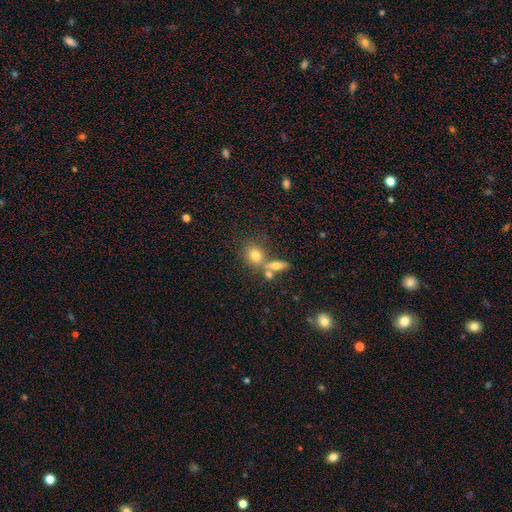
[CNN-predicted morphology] Smooth or featured: smooth — 74% (featured or disk — 14%)
How rounded: round — 66% (in between — 31%)
Merging: none — 49% (merger — 35%)